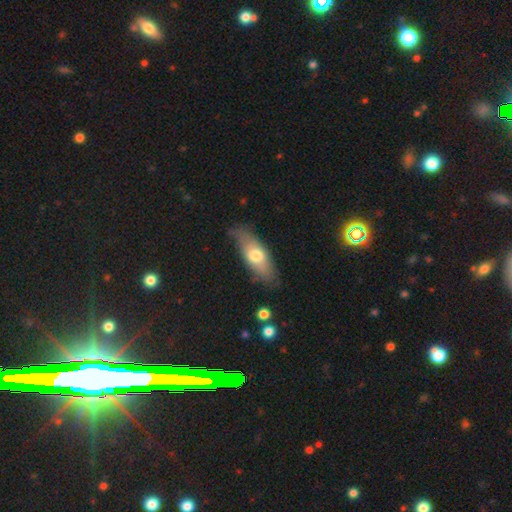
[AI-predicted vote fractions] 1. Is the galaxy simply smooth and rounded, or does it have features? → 63% smooth, 31% featured or disk, 6% star or artifact.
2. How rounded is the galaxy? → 72% in between, 25% cigar-shaped, 3% round.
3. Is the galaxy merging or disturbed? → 70% none, 21% minor disturbance, 6% major disturbance, 2% merger.